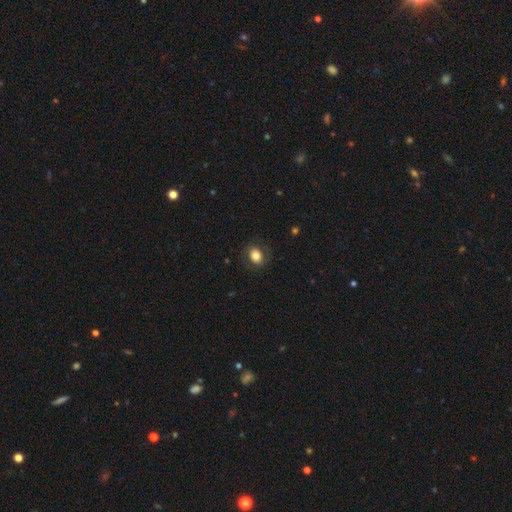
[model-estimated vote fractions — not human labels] Morphology: type=smooth (79%); roundness=in between (53%); merging=none (82%).